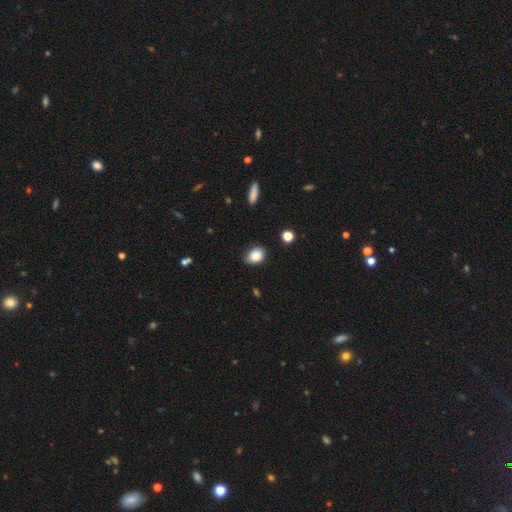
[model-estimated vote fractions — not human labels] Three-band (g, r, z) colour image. It shows a smooth galaxy with no disk features (86%) that is in between round and cigar-shaped (61%). Merging: none (73%).